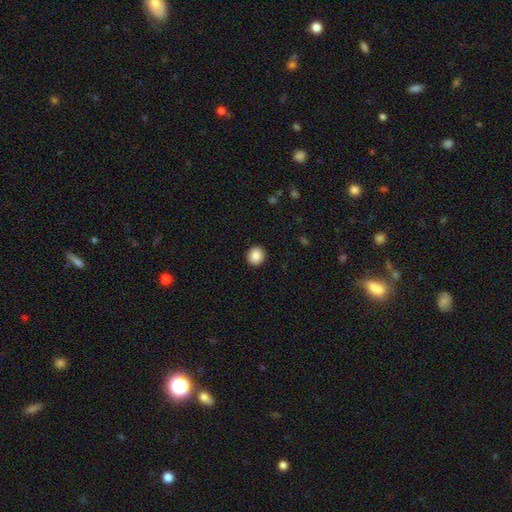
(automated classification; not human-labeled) This appears to be a smooth galaxy with no disk features (87%) that is round (89%). Merging: none (92%).